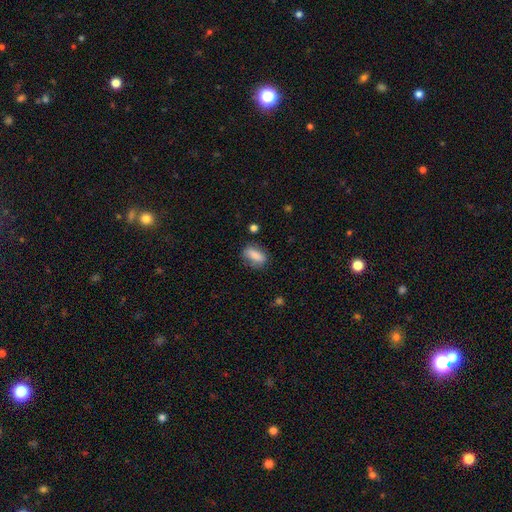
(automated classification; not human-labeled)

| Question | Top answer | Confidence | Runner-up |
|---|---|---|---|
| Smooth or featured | smooth | 81% | featured or disk (11%) |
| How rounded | in between | 77% | cigar-shaped (16%) |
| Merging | none | 72% | minor disturbance (20%) |